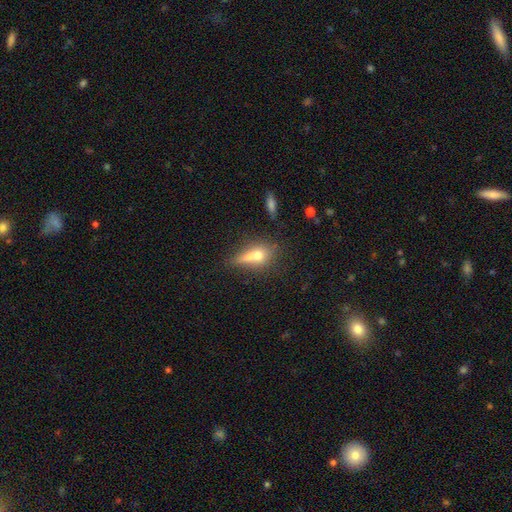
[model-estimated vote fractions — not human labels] Smooth or featured? smooth (63%)
How rounded? in between (50%)
Merging? merger (44%)